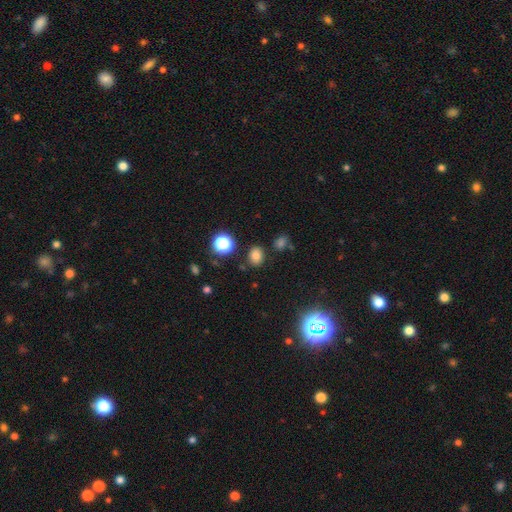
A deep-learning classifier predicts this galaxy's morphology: Overall: smooth (75%). How rounded: round (52%; in between 46%). Merging: none (83%).